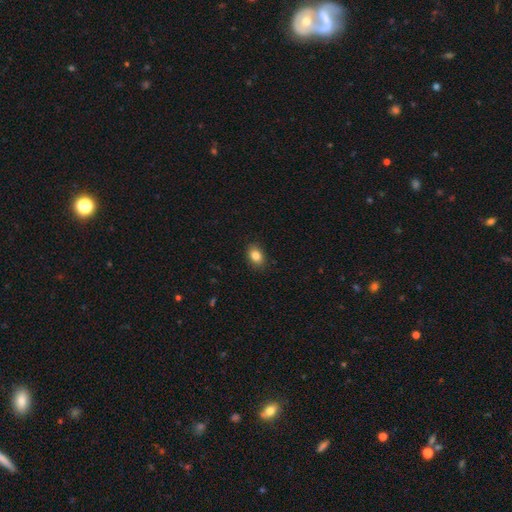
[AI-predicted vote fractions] A smooth galaxy with no disk features (85%) that is in between round and cigar-shaped (75%).

Vote fractions:
- Smooth or featured? smooth: 85% / star or artifact: 9% / featured or disk: 7%
- How rounded? in between: 75% / round: 23% / cigar-shaped: 1%
- Merging? none: 88% / minor disturbance: 9% / major disturbance: 2% / merger: 1%